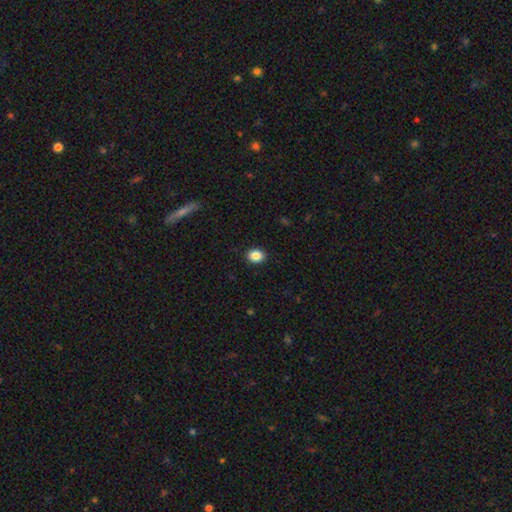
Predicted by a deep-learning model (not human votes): Overall: smooth (86%). How rounded: round (54%; in between 46%). Merging: none (91%).